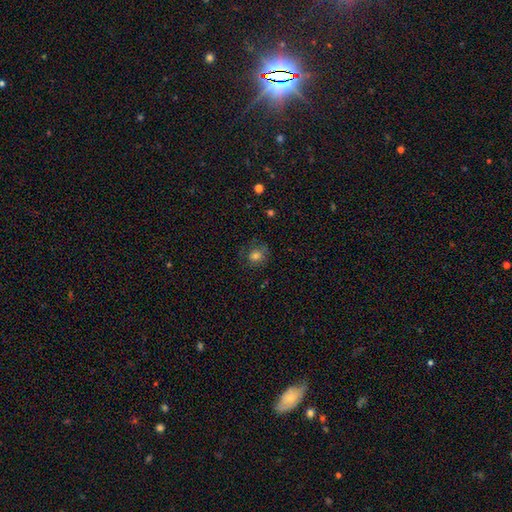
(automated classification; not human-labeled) This is likely a smooth galaxy (70%). How rounded: likely round (76%). Merging: likely none (70%).